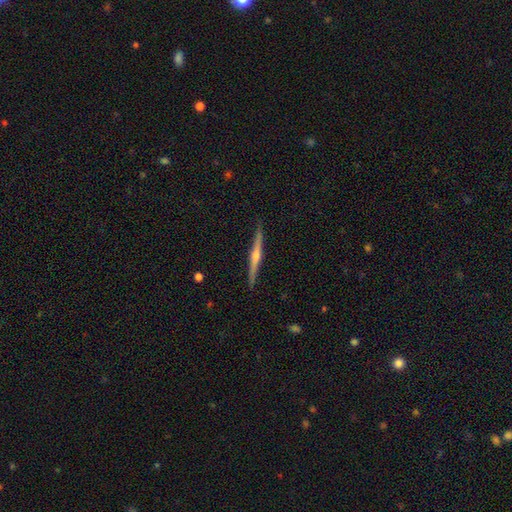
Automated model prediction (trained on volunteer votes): smooth-or-featured: featured or disk: 82% | smooth: 13% | star or artifact: 5%
  disk-edge-on: yes: 98% | no: 2%
    edge-on-bulge: rounded: 87% | none: 7% | boxy: 6%
  merging: none: 91% | minor disturbance: 6% | major disturbance: 1% | merger: 1%